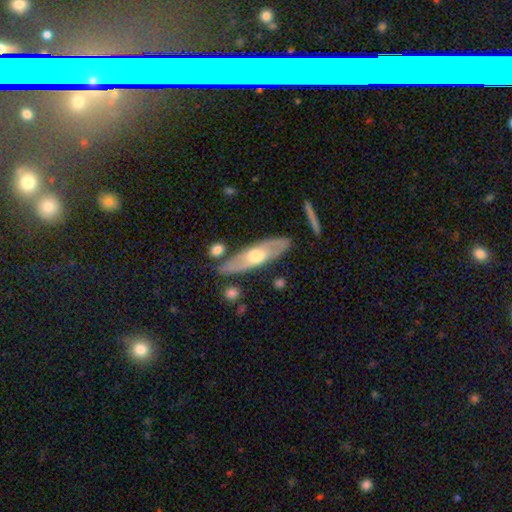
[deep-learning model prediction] Q: Smooth or featured?
A: featured or disk (65%); runner-up: smooth (29%)
Q: Edge-on disk?
A: yes (53%); runner-up: no (47%)
Q: Merging?
A: none (77%); runner-up: minor disturbance (14%)